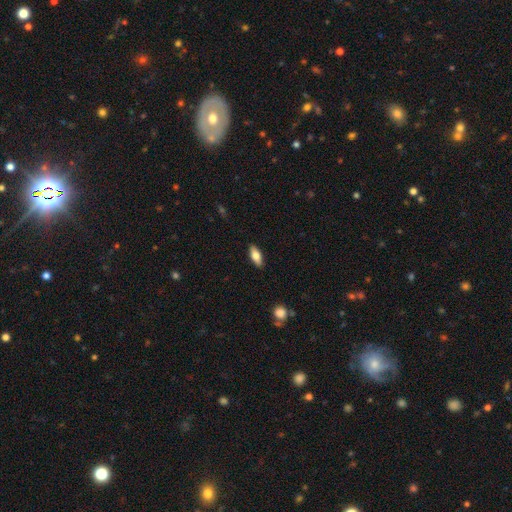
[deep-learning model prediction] The model was most divided on "smooth or featured": smooth: 73%, featured or disk: 21%, star or artifact: 6%. More confident: merging — none (89%); how rounded — in between (79%).